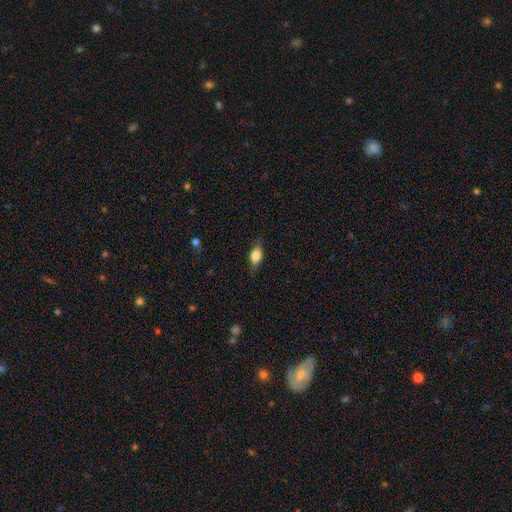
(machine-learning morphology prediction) Smooth or featured?
  - smooth: 70% *
  - featured or disk: 23%
  - star or artifact: 8%
How rounded?
  - in between: 77% *
  - cigar-shaped: 17%
  - round: 6%
Merging?
  - none: 81% *
  - minor disturbance: 15%
  - major disturbance: 3%
  - merger: 1%